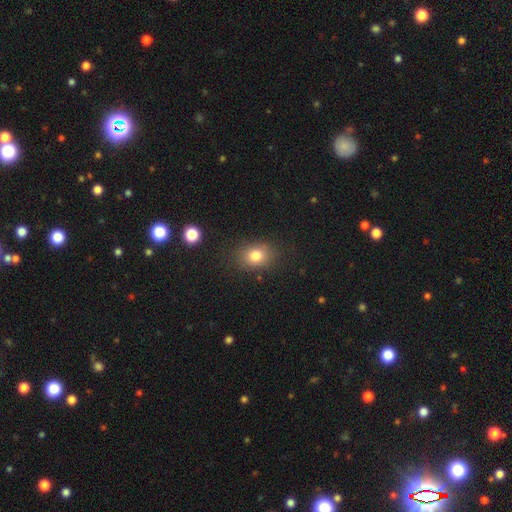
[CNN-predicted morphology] Overall: smooth (81%). How rounded: in between (55%; round 44%). Merging: none (83%).